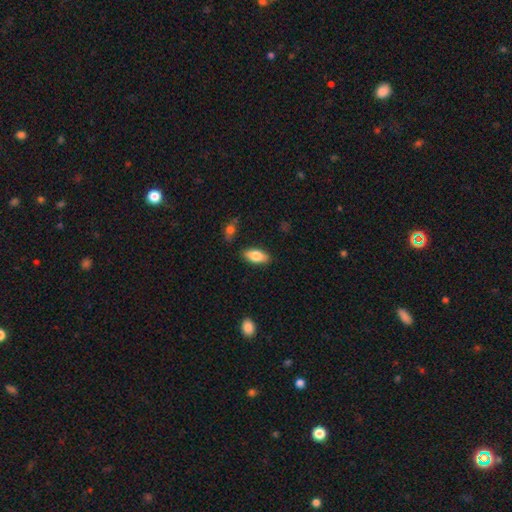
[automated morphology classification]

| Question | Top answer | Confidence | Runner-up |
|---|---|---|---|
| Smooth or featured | smooth | 80% | featured or disk (13%) |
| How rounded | in between | 87% | cigar-shaped (10%) |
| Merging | none | 85% | minor disturbance (10%) |